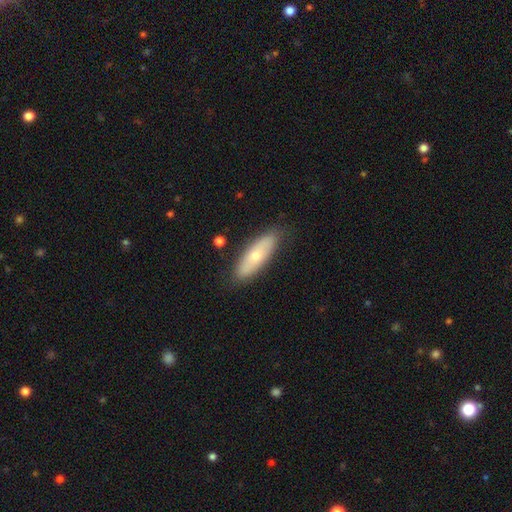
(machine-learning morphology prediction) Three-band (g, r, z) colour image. It shows a smooth galaxy with no disk features (58%) that is in between round and cigar-shaped (59%). Merging: none (84%).